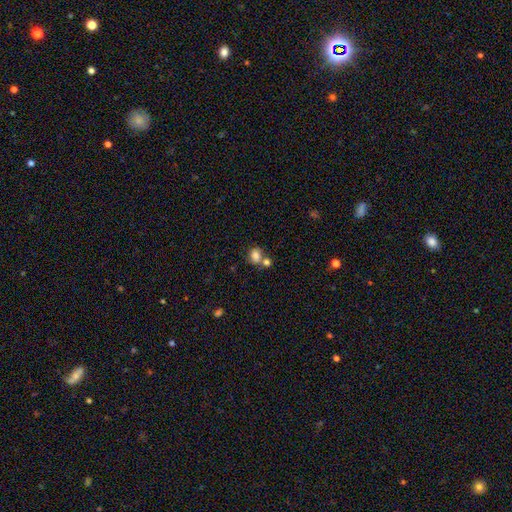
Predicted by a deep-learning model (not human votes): smooth-or-featured: smooth: 80% | star or artifact: 11% | featured or disk: 9%
  how-rounded: round: 50% | in between: 49% | cigar-shaped: 1%
  merging: none: 47% | merger: 36% | minor disturbance: 12% | major disturbance: 5%